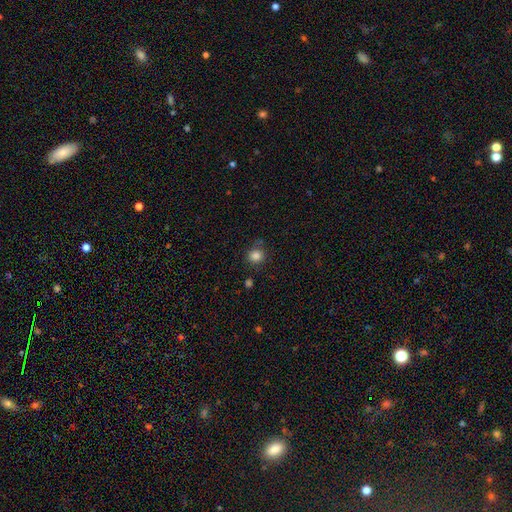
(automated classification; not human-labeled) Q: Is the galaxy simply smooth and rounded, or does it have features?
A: smooth — 84%.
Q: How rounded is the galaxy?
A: round — 89%.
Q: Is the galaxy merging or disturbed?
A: none — 78%.